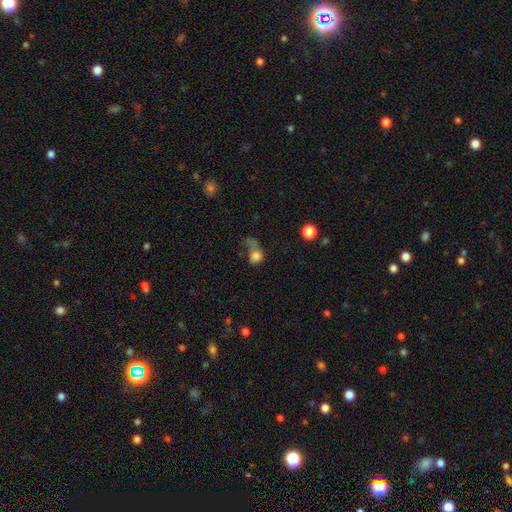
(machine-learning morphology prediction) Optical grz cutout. It shows a smooth galaxy with no disk features (74%) that is round (62%). Merging: major disturbance (42%).